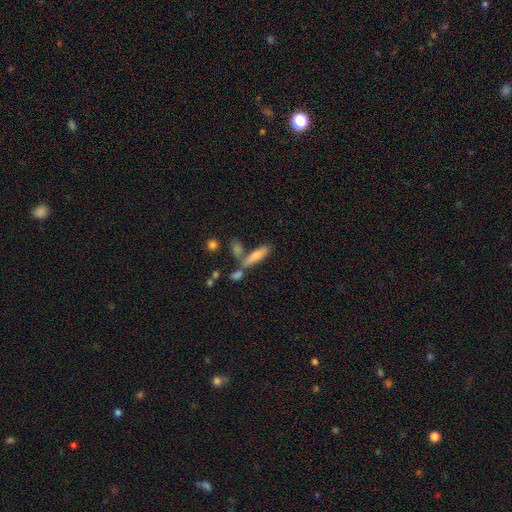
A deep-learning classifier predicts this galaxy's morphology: Smooth or featured: smooth — 68% (featured or disk — 24%)
How rounded: cigar-shaped — 67% (in between — 31%)
Merging: none — 56% (merger — 26%)